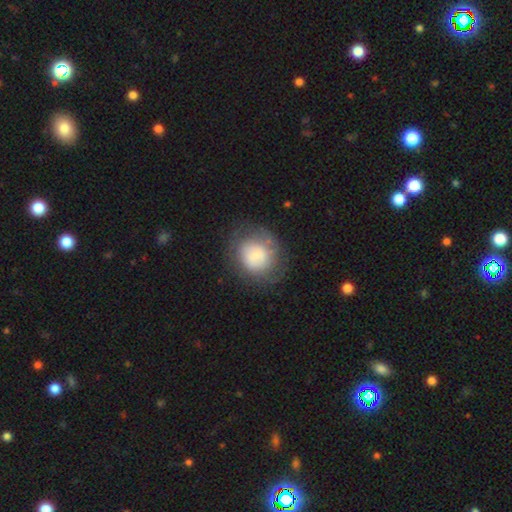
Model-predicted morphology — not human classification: smooth-or-featured: smooth: 61% | featured or disk: 30% | star or artifact: 9%
  how-rounded: round: 77% | in between: 22% | cigar-shaped: 1%
  merging: none: 65% | minor disturbance: 19% | major disturbance: 14% | merger: 2%